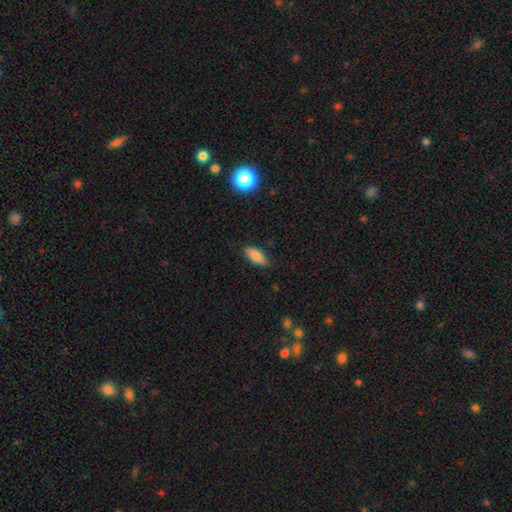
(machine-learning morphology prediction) A smooth galaxy with no disk features (84%) that is in between round and cigar-shaped (81%). Merging: none (79%).